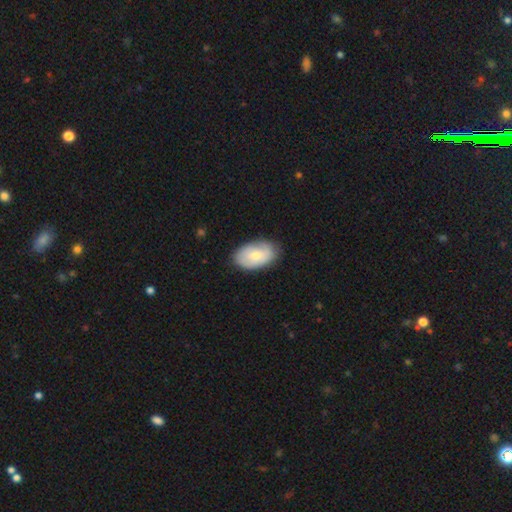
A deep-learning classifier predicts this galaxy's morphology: The model was most divided on "smooth or featured": smooth: 66%, featured or disk: 29%, star or artifact: 6%. More confident: how rounded — in between (91%); merging — none (79%).